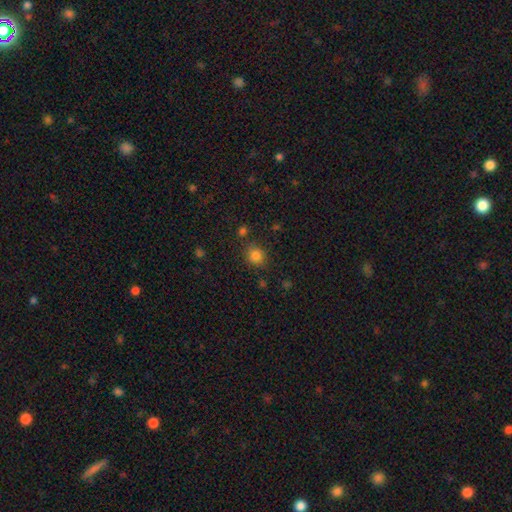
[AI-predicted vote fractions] Q: Smooth or featured?
A: smooth (82%); runner-up: star or artifact (13%)
Q: How rounded?
A: round (79%); runner-up: in between (20%)
Q: Merging?
A: none (81%); runner-up: minor disturbance (11%)